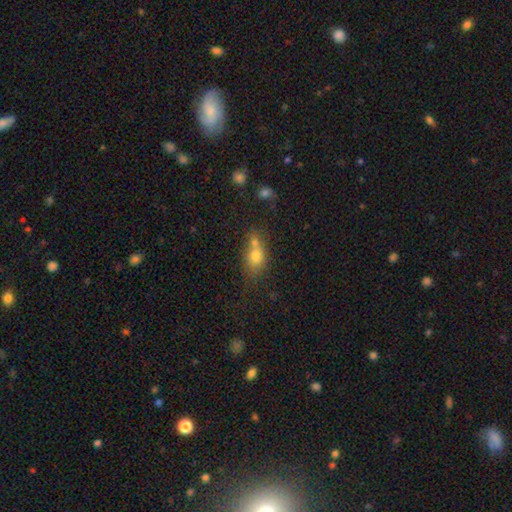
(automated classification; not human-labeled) Morphology: type=smooth (72%); roundness=in between (62%); merging=merger (42%).